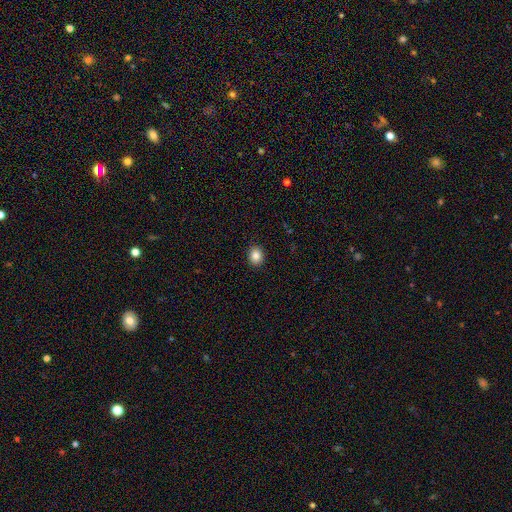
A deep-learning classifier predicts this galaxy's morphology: smooth 85%, star or artifact 10%, featured or disk 5%. Down the decision tree: how rounded — round (62%); merging — none (91%).